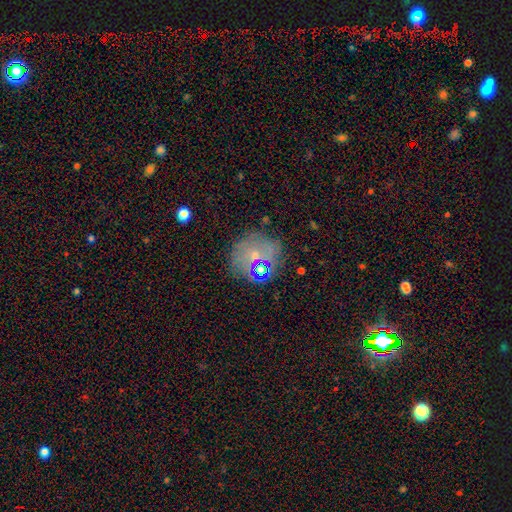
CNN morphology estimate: smooth-or-featured: smooth: 46% | featured or disk: 28% | star or artifact: 25%
  merging: none: 78% | minor disturbance: 12% | major disturbance: 5% | merger: 5%